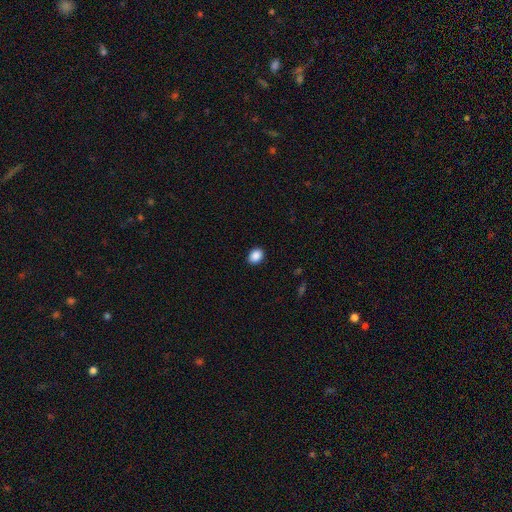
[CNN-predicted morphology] smooth_or_featured: smooth (p=0.89) [alt: star or artifact p=0.08]
how_rounded: in between (p=0.64) [alt: round p=0.35]
merging: none (p=0.90) [alt: minor disturbance p=0.07]